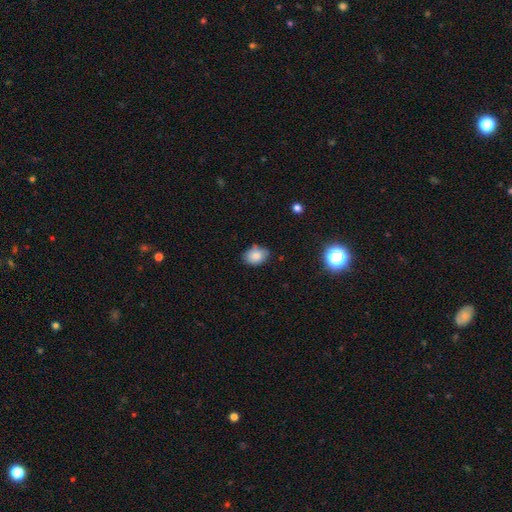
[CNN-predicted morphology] Smooth or featured? Predicted: smooth (p=0.83). How rounded? Predicted: in between (p=0.70). Merging? Predicted: none (p=0.76).